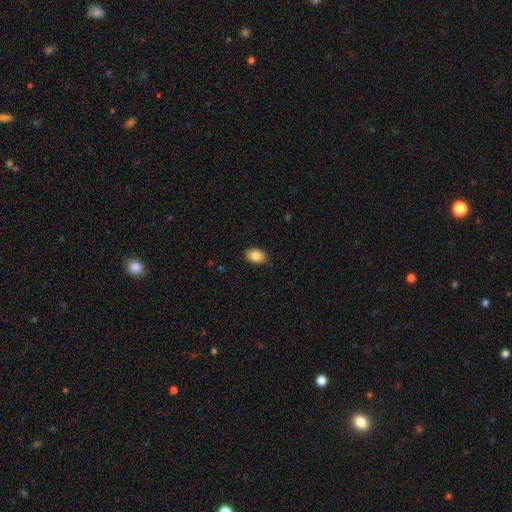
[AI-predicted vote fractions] This appears to be a smooth galaxy with no disk features (86%) that is in between round and cigar-shaped (81%). Merging: none (86%).